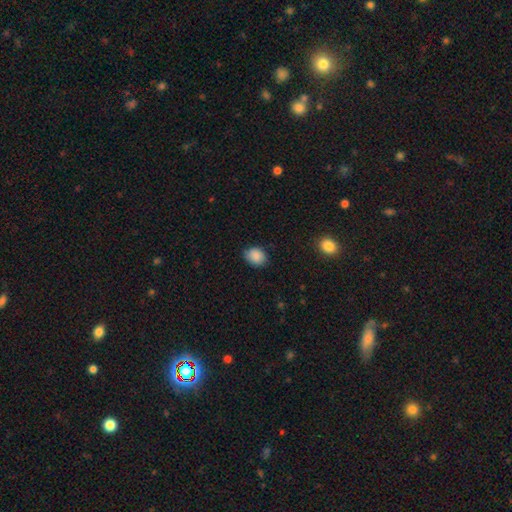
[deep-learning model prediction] smooth-or-featured: smooth: 88% | star or artifact: 8% | featured or disk: 4%
  how-rounded: in between: 53% | round: 46% | cigar-shaped: 1%
  merging: none: 78% | minor disturbance: 18% | major disturbance: 3% | merger: 1%